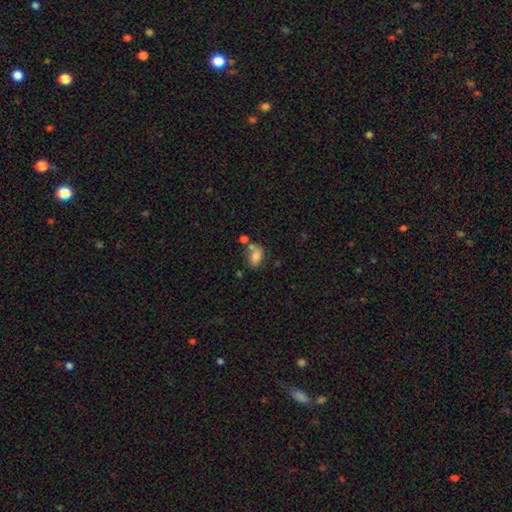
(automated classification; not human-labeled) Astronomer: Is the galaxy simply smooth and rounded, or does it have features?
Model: smooth — 72%.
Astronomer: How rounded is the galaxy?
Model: in between — 83%.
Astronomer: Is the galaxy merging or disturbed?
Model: none — 40% (runner-up: merger, 28%).